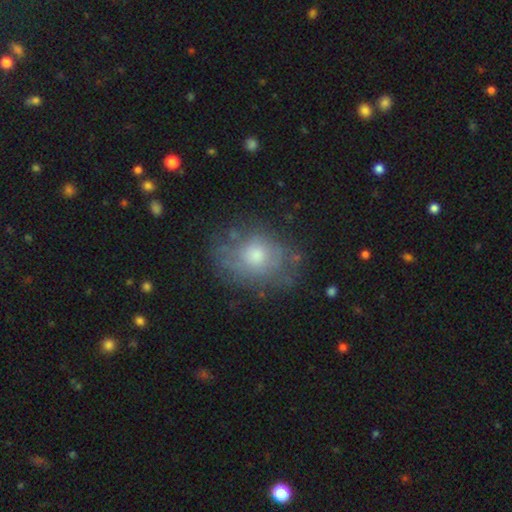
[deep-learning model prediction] This is possibly a smooth galaxy (54%). How rounded: possibly in between (59%). Merging: possibly none (59%).